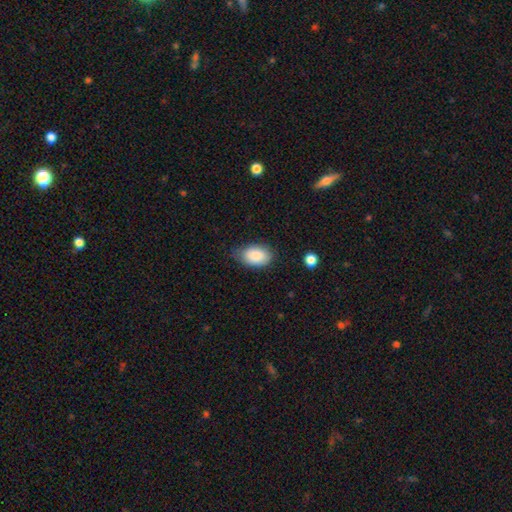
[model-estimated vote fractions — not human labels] Smooth or featured? smooth (87%)
How rounded? in between (91%)
Merging? none (70%)